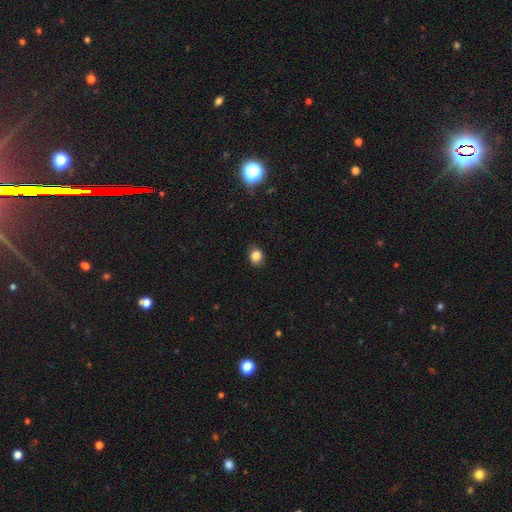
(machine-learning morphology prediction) Smooth or featured?
  - smooth: 84% *
  - star or artifact: 11%
  - featured or disk: 5%
How rounded?
  - round: 63% *
  - in between: 36%
  - cigar-shaped: 1%
Merging?
  - none: 84% *
  - minor disturbance: 13%
  - major disturbance: 3%
  - merger: 1%